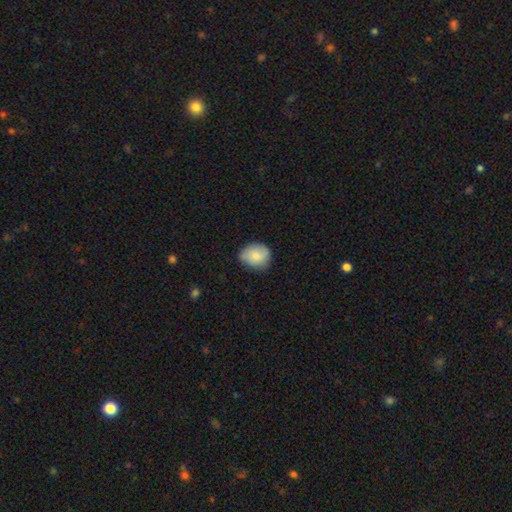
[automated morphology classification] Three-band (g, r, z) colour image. It shows a smooth galaxy with no disk features (79%) that is round (57%). Merging: none (66%).